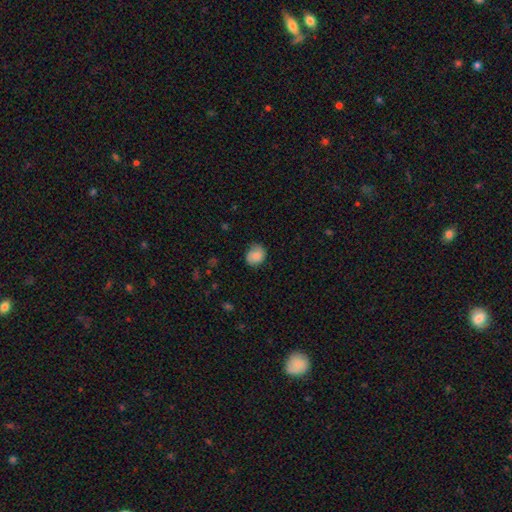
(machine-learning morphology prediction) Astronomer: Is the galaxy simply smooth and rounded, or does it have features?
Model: smooth — 82%.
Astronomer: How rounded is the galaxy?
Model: round — 66%.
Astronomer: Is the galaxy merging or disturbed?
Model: none — 71%.